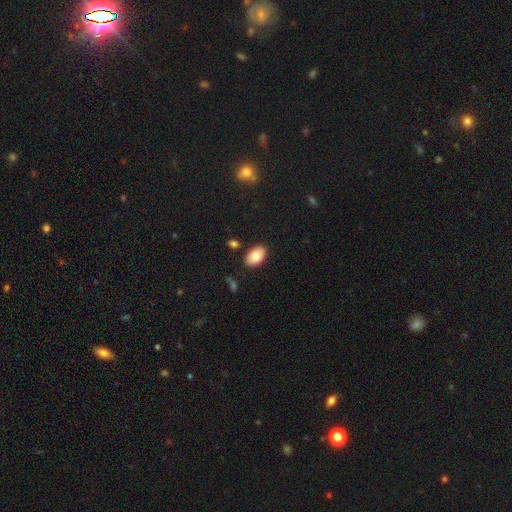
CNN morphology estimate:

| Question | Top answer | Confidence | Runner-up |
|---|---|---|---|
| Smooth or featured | smooth | 79% | featured or disk (14%) |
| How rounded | in between | 93% | round (6%) |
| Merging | none | 85% | minor disturbance (10%) |